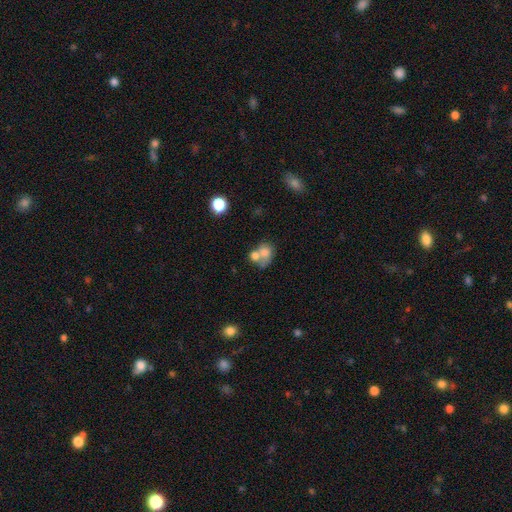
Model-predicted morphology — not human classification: A smooth galaxy with no disk features (67%) that is round (54%). Merging: merger (61%).